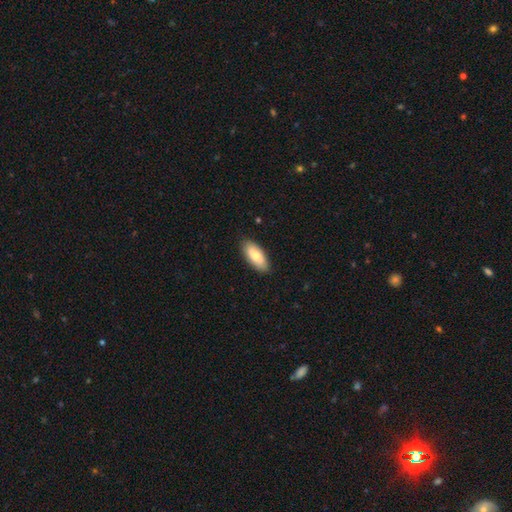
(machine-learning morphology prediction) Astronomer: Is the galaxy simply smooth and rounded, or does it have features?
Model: smooth — 80%.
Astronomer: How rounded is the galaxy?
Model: in between — 83%.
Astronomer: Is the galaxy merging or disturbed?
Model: none — 87%.